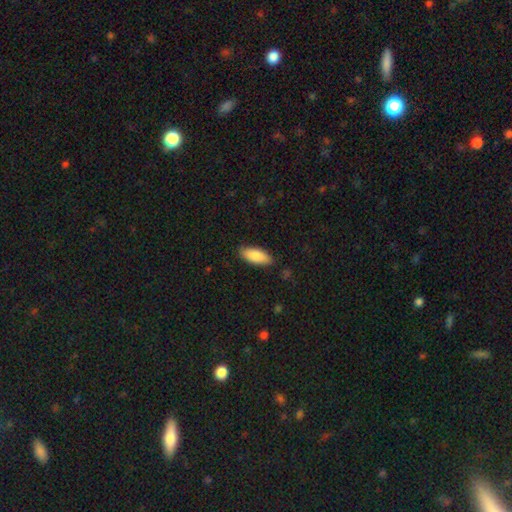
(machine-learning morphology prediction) This appears to be a smooth galaxy with no disk features (87%) that is in between round and cigar-shaped (83%). Merging: none (85%).